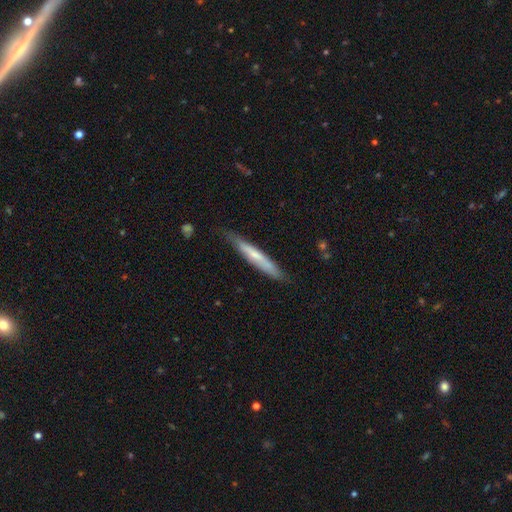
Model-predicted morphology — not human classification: The model was most divided on "smooth or featured": smooth: 53%, featured or disk: 41%, star or artifact: 6%. More confident: how rounded — cigar-shaped (94%); merging — none (79%).